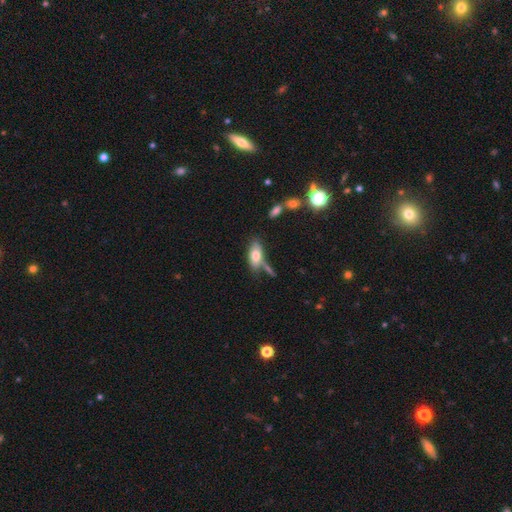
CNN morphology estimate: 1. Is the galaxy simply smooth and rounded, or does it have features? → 72% smooth, 20% featured or disk, 8% star or artifact.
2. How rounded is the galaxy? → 86% in between, 11% cigar-shaped, 3% round.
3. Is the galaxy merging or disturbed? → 54% none, 20% minor disturbance, 19% merger, 7% major disturbance.